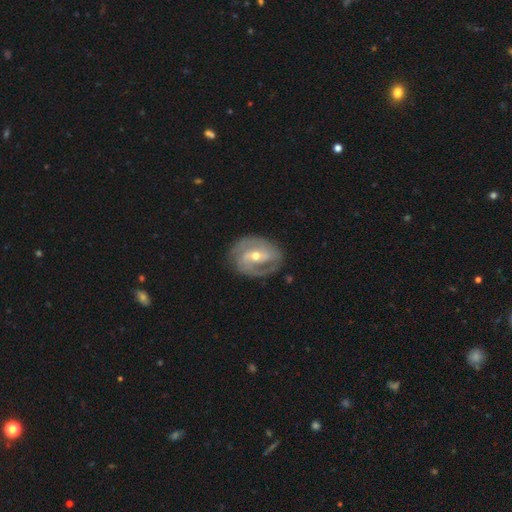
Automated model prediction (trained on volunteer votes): A featured or disk galaxy (84%) with a weak bar (42%), 2 (70%) tight (46%) spiral arms (91%) and a moderate central bulge (59%).

Vote fractions:
- Smooth or featured? featured or disk: 84% / smooth: 11% / star or artifact: 5%
- Edge-on disk? no: 97% / yes: 3%
- Bar? weak: 42% / strong: 32% / no: 25%
- Spiral arms? yes: 91% / no: 9%
- Spiral winding? tight: 46% / medium: 41% / loose: 13%
- Spiral arm count? 2: 70% / can't tell: 12% / 3: 8% / 1: 6% / 4: 2% / more than 4: 2%
- Bulge size? moderate: 59% / small: 38% / large: 2% / none: 1% / dominant: 1%
- Merging? none: 74% / minor disturbance: 18% / major disturbance: 7% / merger: 2%